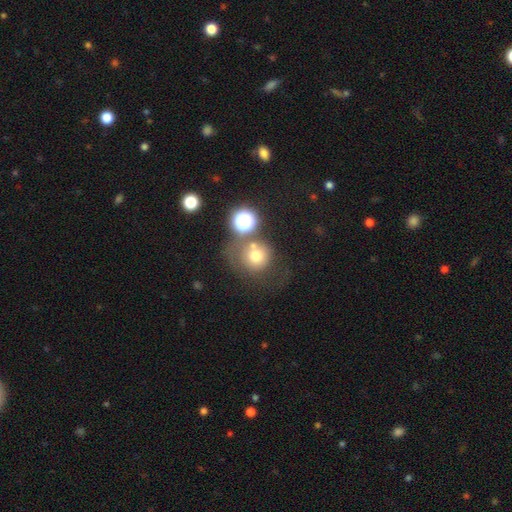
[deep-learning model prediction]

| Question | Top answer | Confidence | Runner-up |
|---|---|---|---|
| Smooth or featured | smooth | 68% | star or artifact (16%) |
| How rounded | round | 88% | in between (11%) |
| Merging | none | 44% | merger (26%) |